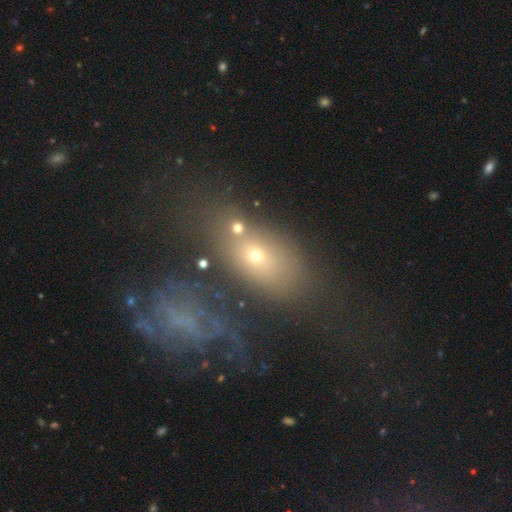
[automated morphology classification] A smooth galaxy with no disk features (46%).

Vote fractions:
- Smooth or featured? smooth: 46% / featured or disk: 35% / star or artifact: 18%
- Merging? none: 50% / merger: 19% / minor disturbance: 17% / major disturbance: 15%